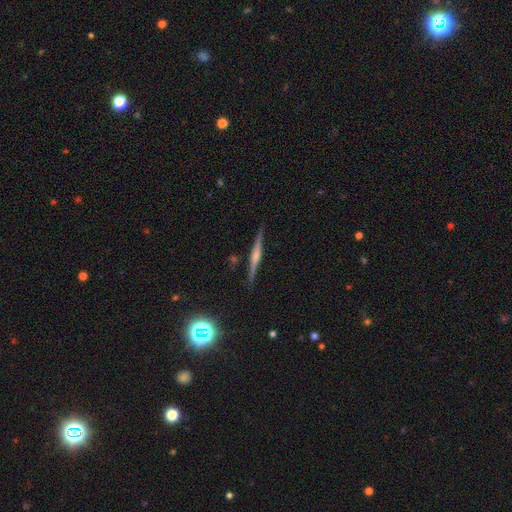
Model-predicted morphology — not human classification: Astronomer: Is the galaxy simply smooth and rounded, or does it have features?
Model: featured or disk — 73%.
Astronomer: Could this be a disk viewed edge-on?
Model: yes — 98%.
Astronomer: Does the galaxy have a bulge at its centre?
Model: rounded — 66%.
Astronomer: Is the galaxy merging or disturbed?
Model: none — 89%.